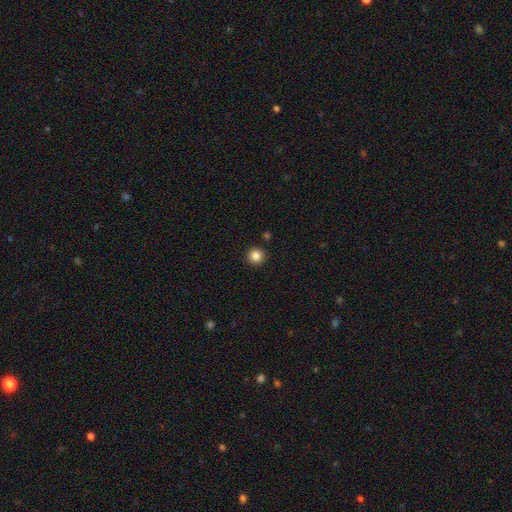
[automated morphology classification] Smooth or featured: smooth — 85% (star or artifact — 11%)
How rounded: round — 94% (in between — 5%)
Merging: none — 91% (minor disturbance — 6%)